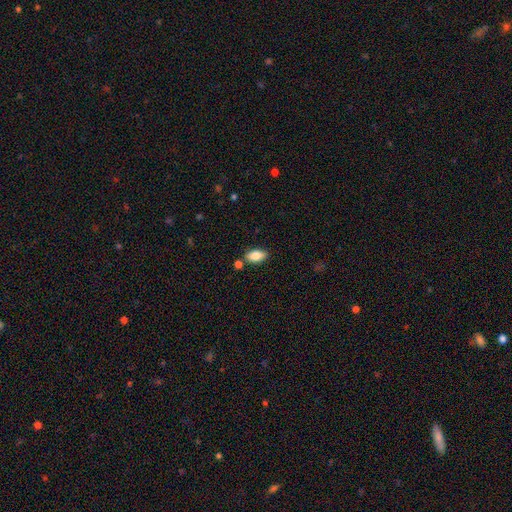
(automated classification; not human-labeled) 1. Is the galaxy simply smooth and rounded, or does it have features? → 81% smooth, 11% featured or disk, 7% star or artifact.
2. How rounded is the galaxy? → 91% in between, 5% cigar-shaped, 4% round.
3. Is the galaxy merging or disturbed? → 79% none, 11% minor disturbance, 7% merger, 2% major disturbance.